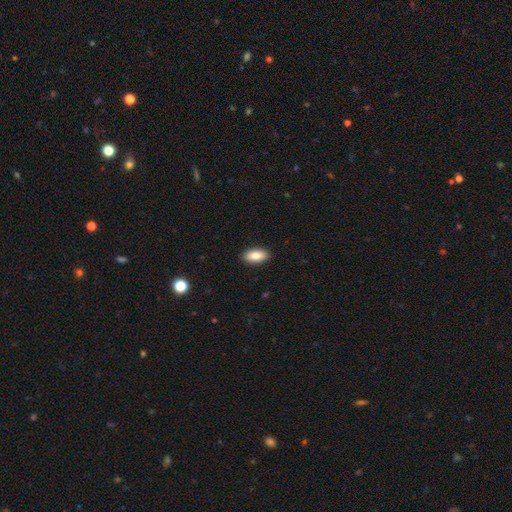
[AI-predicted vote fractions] A smooth galaxy with no disk features (86%) that is in between round and cigar-shaped (87%). Merging: none (90%).